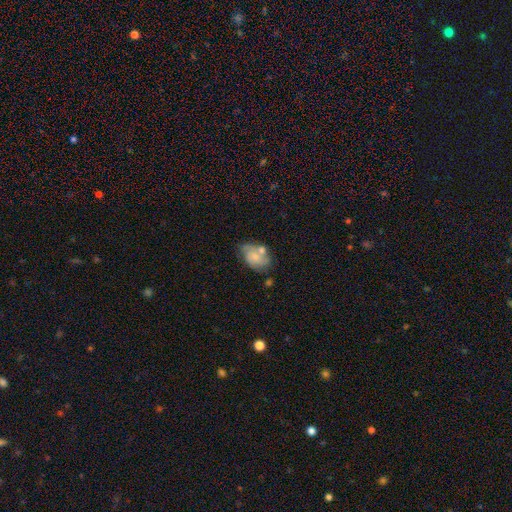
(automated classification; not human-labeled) This appears to be a smooth galaxy with no disk features (53%) that is in between round and cigar-shaped (84%). Merging: none (44%).